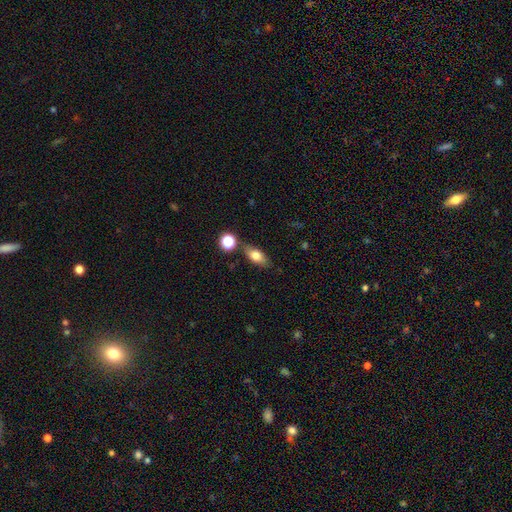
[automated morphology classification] Smooth or featured: smooth — 75% (featured or disk — 16%)
How rounded: in between — 79% (cigar-shaped — 12%)
Merging: none — 73% (minor disturbance — 14%)